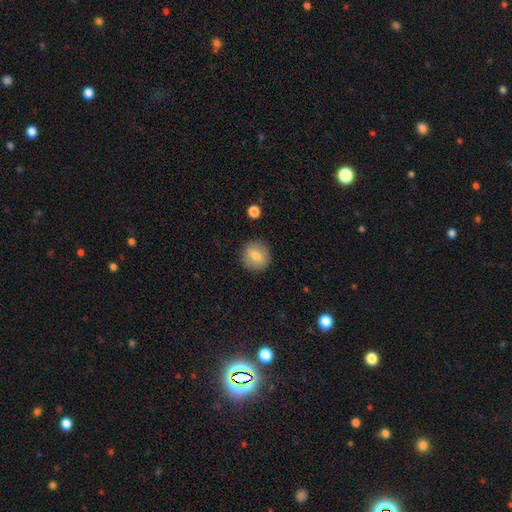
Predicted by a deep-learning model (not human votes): This appears to be a smooth galaxy with no disk features (74%) that is round (87%). Merging: none (88%).